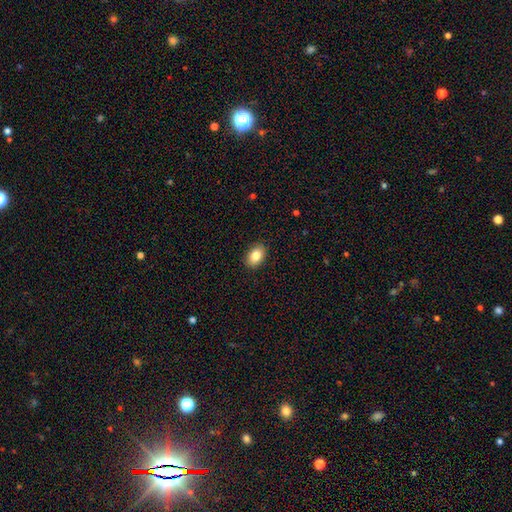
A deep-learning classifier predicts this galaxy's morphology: A smooth galaxy with no disk features (84%) that is in between round and cigar-shaped (86%).

Vote fractions:
- Smooth or featured? smooth: 84% / featured or disk: 8% / star or artifact: 8%
- How rounded? in between: 86% / round: 13% / cigar-shaped: 1%
- Merging? none: 89% / minor disturbance: 8% / major disturbance: 2% / merger: 1%